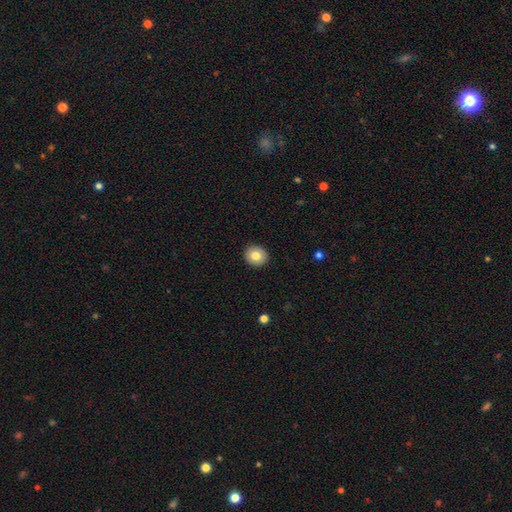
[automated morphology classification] smooth 78%, featured or disk 13%, star or artifact 9%. Down the decision tree: how rounded — round (82%); merging — none (92%).